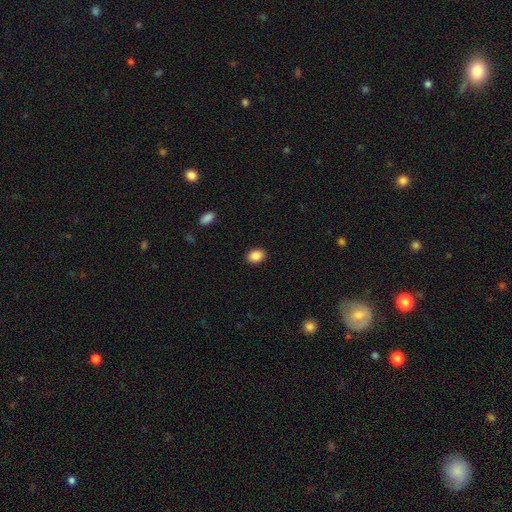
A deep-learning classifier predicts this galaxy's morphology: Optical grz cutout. It shows a smooth galaxy with no disk features (88%) that is in between round and cigar-shaped (74%). Merging: none (90%).